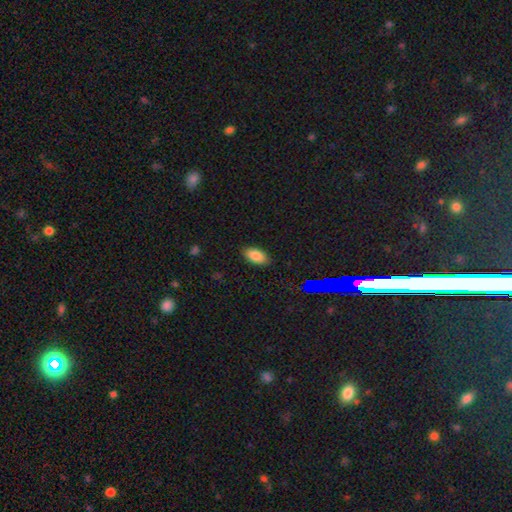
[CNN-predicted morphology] type=smooth (83%); roundness=in between (92%); merging=none (88%).